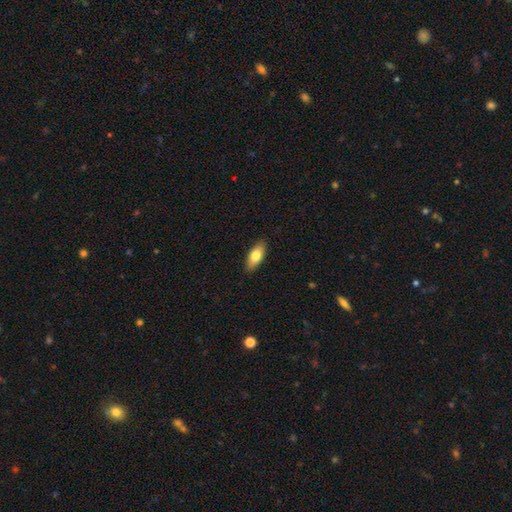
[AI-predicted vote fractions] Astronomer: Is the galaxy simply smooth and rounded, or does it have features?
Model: smooth — 75%.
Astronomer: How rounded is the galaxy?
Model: in between — 80%.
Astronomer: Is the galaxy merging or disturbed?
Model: none — 88%.